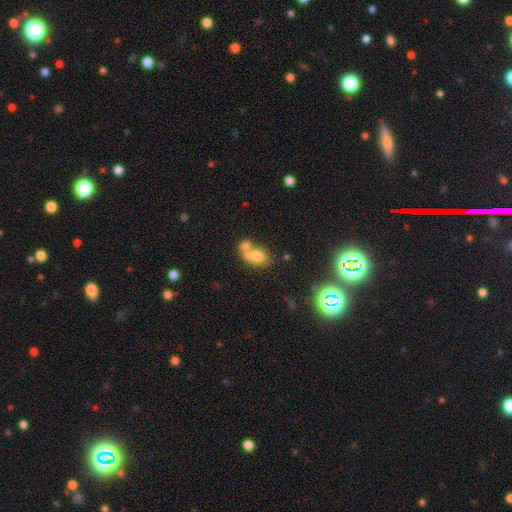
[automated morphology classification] Smooth or featured?
  - smooth: 68% *
  - featured or disk: 20%
  - star or artifact: 12%
How rounded?
  - in between: 60% *
  - round: 38%
  - cigar-shaped: 2%
Merging?
  - merger: 56% *
  - none: 29%
  - minor disturbance: 9%
  - major disturbance: 5%